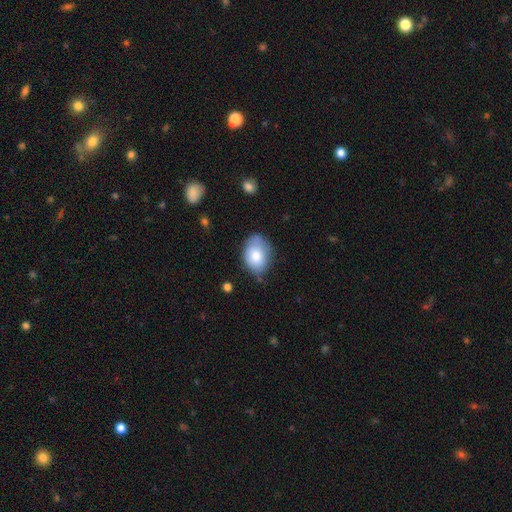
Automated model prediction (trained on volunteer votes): Smooth or featured?
  - smooth: 79% *
  - featured or disk: 14%
  - star or artifact: 7%
How rounded?
  - in between: 81% *
  - round: 18%
  - cigar-shaped: 1%
Merging?
  - none: 62% *
  - minor disturbance: 29%
  - major disturbance: 6%
  - merger: 3%